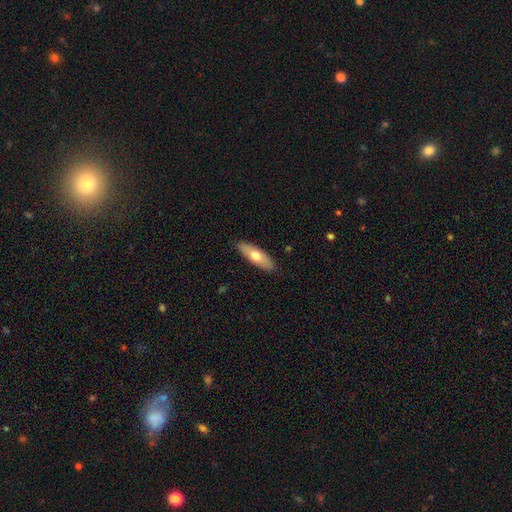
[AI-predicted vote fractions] smooth 64%, featured or disk 31%, star or artifact 6%. Down the decision tree: how rounded — in between (60%); merging — none (88%).